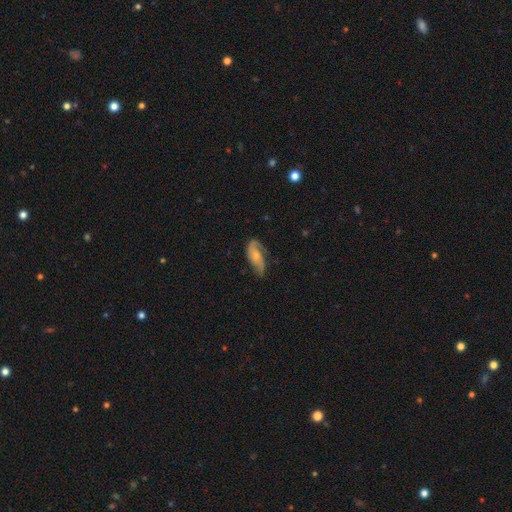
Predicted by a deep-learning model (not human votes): A featured or disk galaxy (63%) with no bar (67%), 2 (70%) medium (39%) spiral arms (90%) and a small central bulge (58%).

Vote fractions:
- Smooth or featured? featured or disk: 63% / smooth: 30% / star or artifact: 7%
- Edge-on disk? no: 93% / yes: 7%
- Bar? no: 67% / weak: 26% / strong: 7%
- Spiral arms? yes: 90% / no: 10%
- Spiral winding? medium: 39% / loose: 37% / tight: 24%
- Spiral arm count? 2: 70% / 1: 17% / can't tell: 10% / 3: 2% / 4: 1% / more than 4: 1%
- Bulge size? small: 58% / moderate: 31% / none: 7% / large: 3% / dominant: 1%
- Merging? none: 53% / minor disturbance: 29% / major disturbance: 16% / merger: 2%